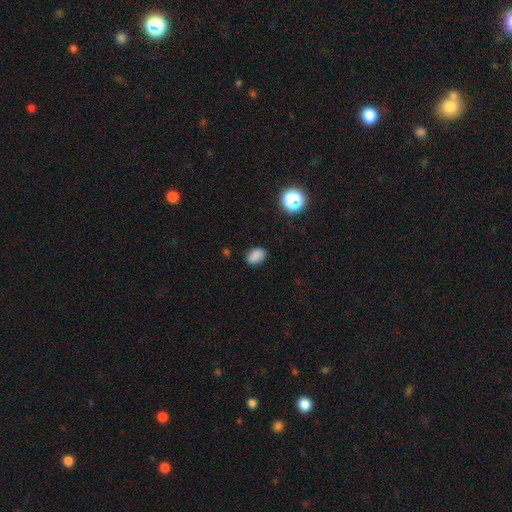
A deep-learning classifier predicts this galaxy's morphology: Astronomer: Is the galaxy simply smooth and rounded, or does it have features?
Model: smooth — 81%.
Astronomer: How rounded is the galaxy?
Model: in between — 80%.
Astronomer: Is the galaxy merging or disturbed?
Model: none — 83%.